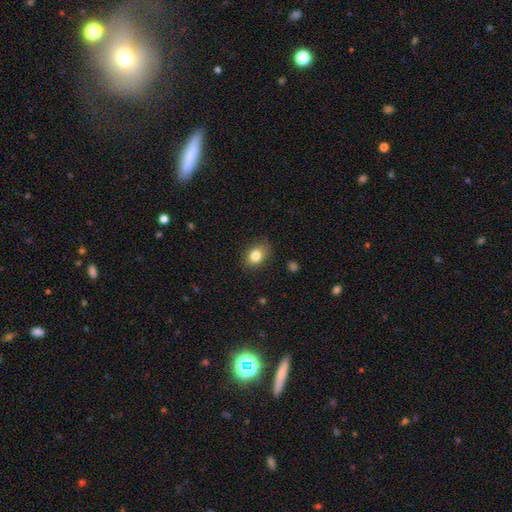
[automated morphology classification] A smooth galaxy with no disk features (82%) that is in between round and cigar-shaped (69%).

Vote fractions:
- Smooth or featured? smooth: 82% / star or artifact: 9% / featured or disk: 9%
- How rounded? in between: 69% / round: 30% / cigar-shaped: 1%
- Merging? none: 83% / minor disturbance: 13% / major disturbance: 3% / merger: 1%